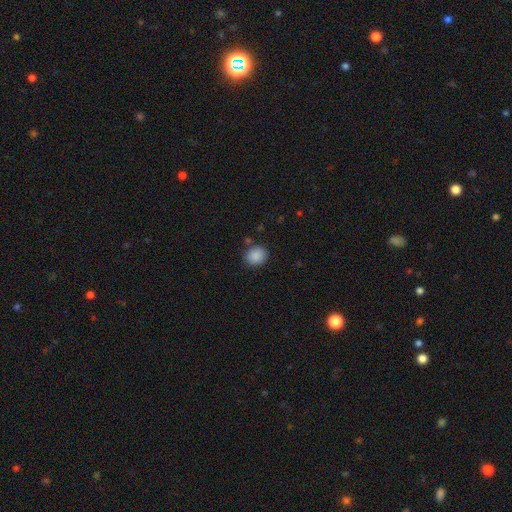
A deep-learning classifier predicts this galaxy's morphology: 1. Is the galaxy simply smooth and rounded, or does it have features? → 88% smooth, 8% star or artifact, 3% featured or disk.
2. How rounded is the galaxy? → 71% round, 28% in between, 1% cigar-shaped.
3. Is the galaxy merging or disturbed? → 83% none, 10% minor disturbance, 4% merger, 3% major disturbance.